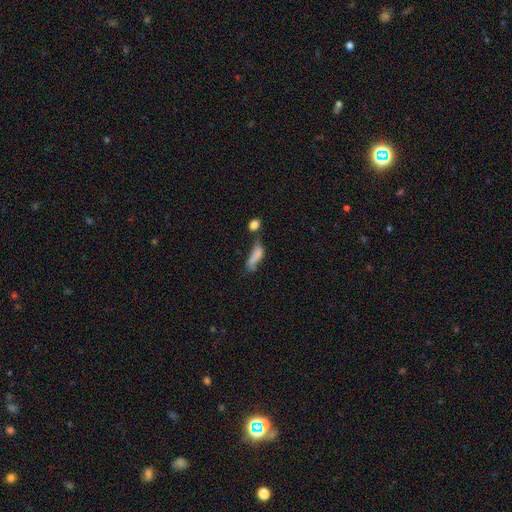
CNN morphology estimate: A smooth galaxy with no disk features (68%) that is in between round and cigar-shaped (56%). Merging: merger (36%).